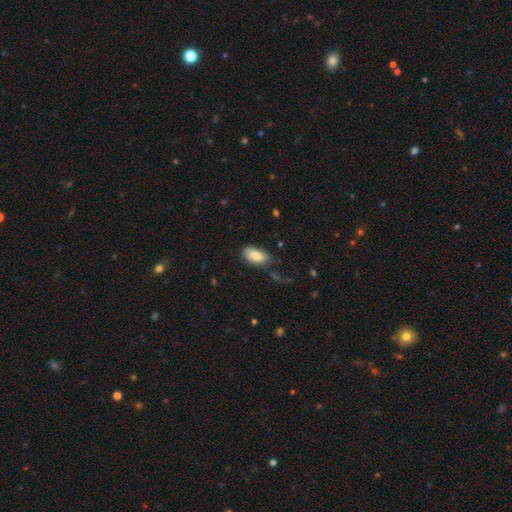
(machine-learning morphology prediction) Q: Smooth or featured?
A: smooth (84%); runner-up: featured or disk (9%)
Q: How rounded?
A: in between (93%); runner-up: cigar-shaped (4%)
Q: Merging?
A: none (66%); runner-up: minor disturbance (25%)